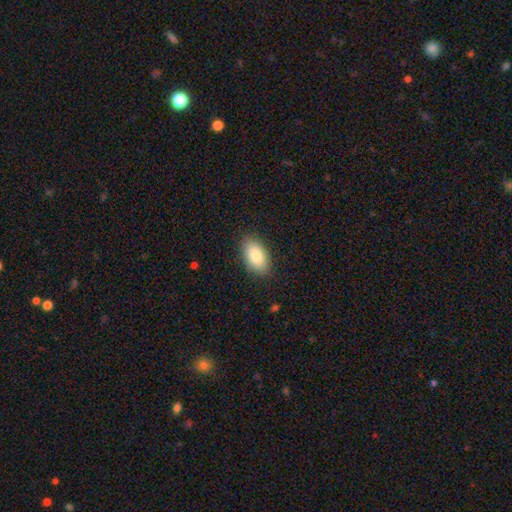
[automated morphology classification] Smooth or featured? smooth (84%)
How rounded? in between (94%)
Merging? none (87%)